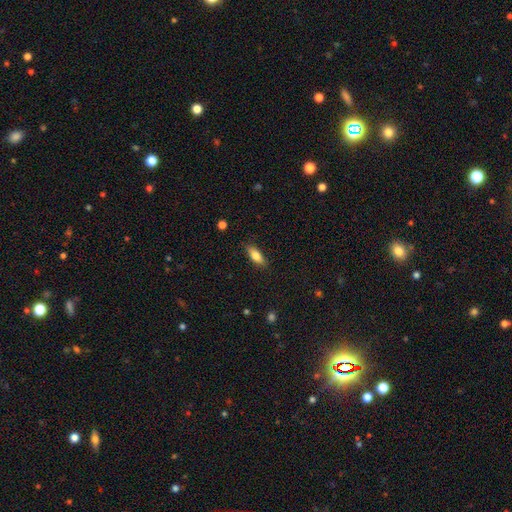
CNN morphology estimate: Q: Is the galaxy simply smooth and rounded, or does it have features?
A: smooth — 76%.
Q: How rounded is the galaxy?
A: in between — 71%.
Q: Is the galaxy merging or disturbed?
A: none — 85%.